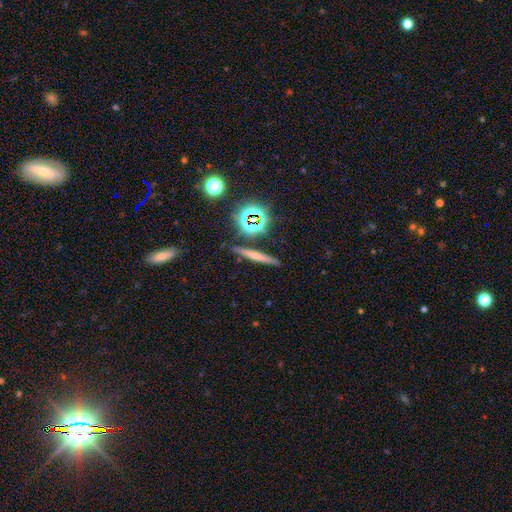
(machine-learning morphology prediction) This appears to be a smooth galaxy with no disk features (51%) that is cigar-shaped (86%). Merging: none (85%).